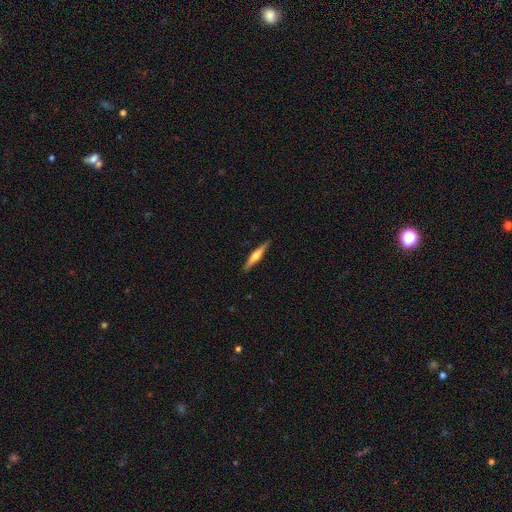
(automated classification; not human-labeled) featured or disk 54%, smooth 41%, star or artifact 5%. Down the decision tree: edge-on disk — yes (96%); edge-on bulge — rounded (84%); merging — none (90%).